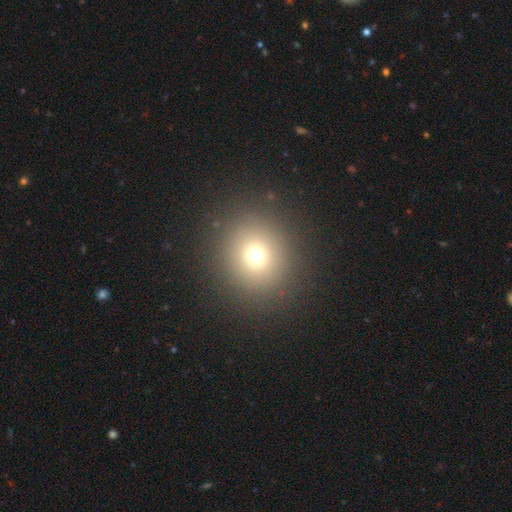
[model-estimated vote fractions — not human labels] Smooth or featured? smooth (71%)
How rounded? round (89%)
Merging? none (89%)